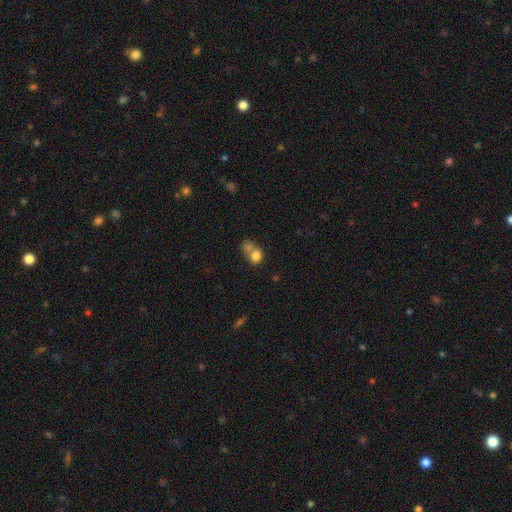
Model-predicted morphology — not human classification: smooth-or-featured: smooth: 78% | featured or disk: 12% | star or artifact: 11%
  how-rounded: round: 52% | in between: 47% | cigar-shaped: 1%
  merging: merger: 54% | none: 30% | minor disturbance: 10% | major disturbance: 7%